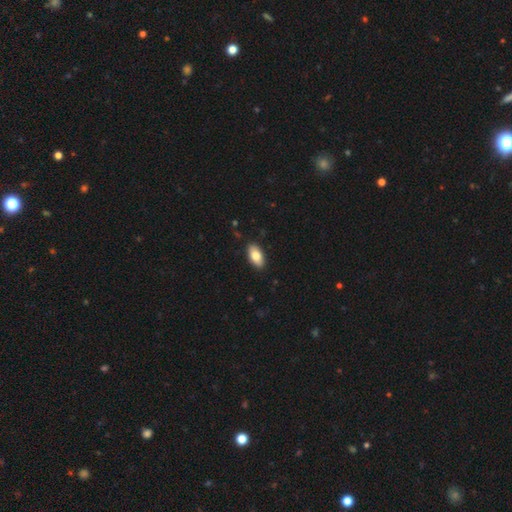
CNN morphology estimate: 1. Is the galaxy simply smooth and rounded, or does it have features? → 82% smooth, 12% featured or disk, 6% star or artifact.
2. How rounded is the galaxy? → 92% in between, 5% cigar-shaped, 3% round.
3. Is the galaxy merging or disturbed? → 89% none, 8% minor disturbance, 2% major disturbance, 1% merger.